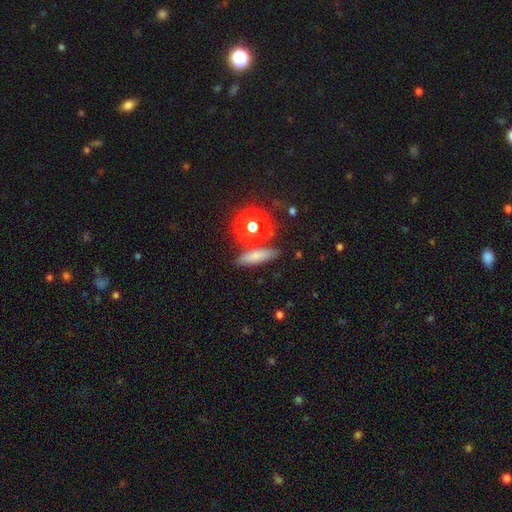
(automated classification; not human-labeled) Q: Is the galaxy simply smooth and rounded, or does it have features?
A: smooth — 70%.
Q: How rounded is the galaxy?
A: cigar-shaped — 46%.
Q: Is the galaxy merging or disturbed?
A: none — 79%.